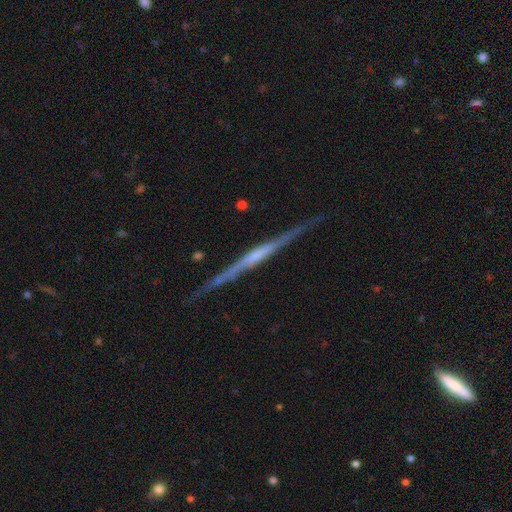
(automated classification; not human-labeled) Smooth or featured?
  - featured or disk: 79% *
  - smooth: 15%
  - star or artifact: 6%
Edge-on disk?
  - yes: 97% *
  - no: 3%
Edge-on bulge?
  - none: 53% *
  - rounded: 29%
  - boxy: 18%
Merging?
  - none: 85% *
  - minor disturbance: 11%
  - major disturbance: 2%
  - merger: 2%